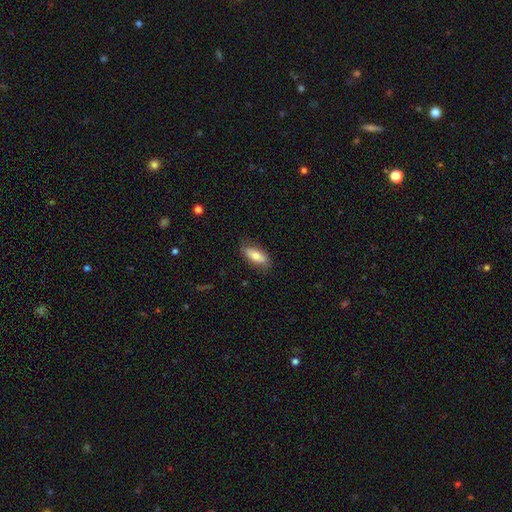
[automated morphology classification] A smooth galaxy with no disk features (71%) that is in between round and cigar-shaped (80%).

Vote fractions:
- Smooth or featured? smooth: 71% / featured or disk: 22% / star or artifact: 6%
- How rounded? in between: 80% / cigar-shaped: 17% / round: 3%
- Merging? none: 76% / minor disturbance: 18% / major disturbance: 4% / merger: 1%